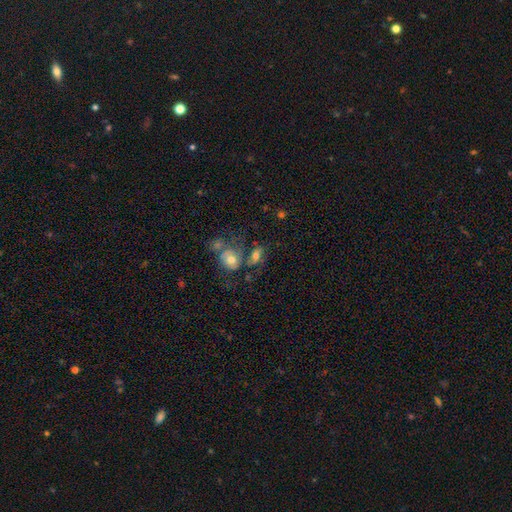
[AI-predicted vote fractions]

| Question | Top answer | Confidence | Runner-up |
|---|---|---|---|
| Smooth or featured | smooth | 48% | featured or disk (40%) |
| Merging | merger | 38% | none (31%) |